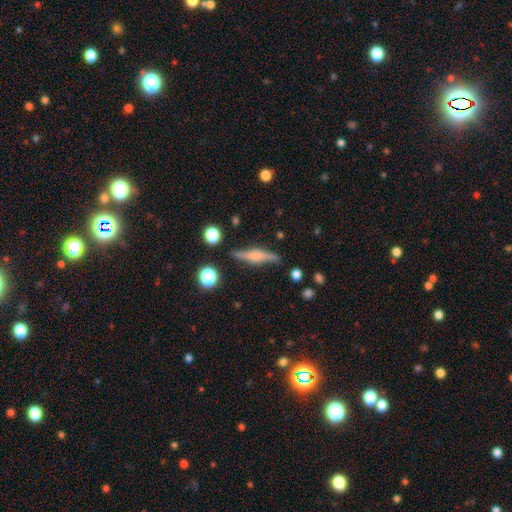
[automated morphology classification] The model was most divided on "smooth or featured": featured or disk: 63%, smooth: 29%, star or artifact: 8%. More confident: edge-on disk — yes (94%); merging — none (81%); edge-on bulge — rounded (63%).